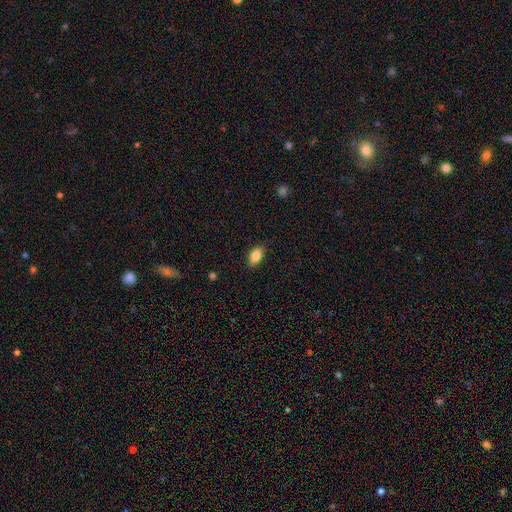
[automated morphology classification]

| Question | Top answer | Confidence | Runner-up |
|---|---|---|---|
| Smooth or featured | smooth | 86% | star or artifact (8%) |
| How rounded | in between | 91% | round (6%) |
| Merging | none | 85% | minor disturbance (12%) |